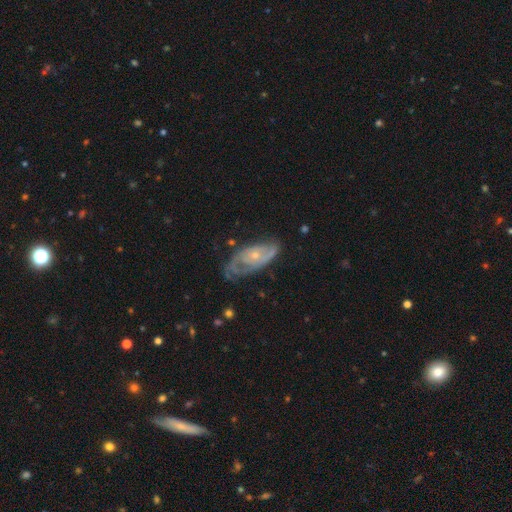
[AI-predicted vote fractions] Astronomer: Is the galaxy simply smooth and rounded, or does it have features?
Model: featured or disk — 77%.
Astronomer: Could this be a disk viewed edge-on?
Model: no — 92%.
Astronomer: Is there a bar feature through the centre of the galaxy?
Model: no — 78%.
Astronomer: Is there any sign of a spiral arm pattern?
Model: yes — 84%.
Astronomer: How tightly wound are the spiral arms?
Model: tight — 49% (runner-up: medium, 36%).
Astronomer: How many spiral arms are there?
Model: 2 — 47% (runner-up: can't tell, 33%).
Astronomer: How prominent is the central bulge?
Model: small — 66%.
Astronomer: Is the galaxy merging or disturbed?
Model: none — 53%.